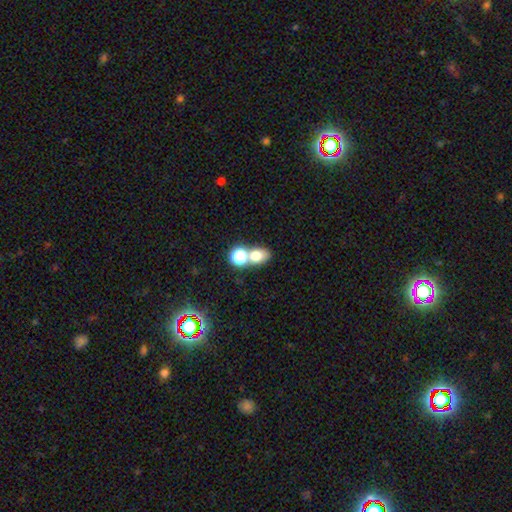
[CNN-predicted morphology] Smooth or featured? smooth (69%)
How rounded? in between (57%)
Merging? none (47%)